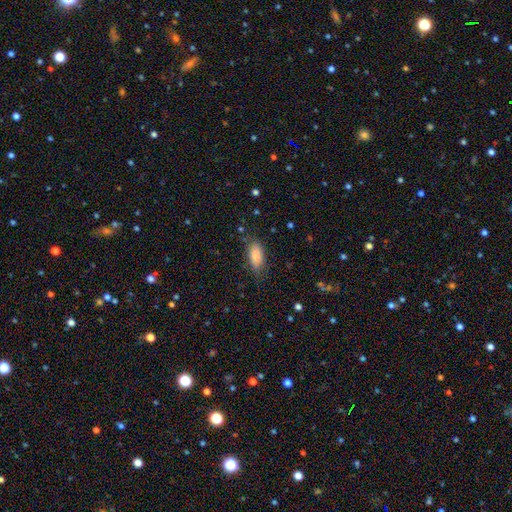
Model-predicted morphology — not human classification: smooth_or_featured: smooth (p=0.86) [alt: star or artifact p=0.07]
how_rounded: in between (p=0.88) [alt: cigar-shaped p=0.09]
merging: none (p=0.76) [alt: minor disturbance p=0.18]